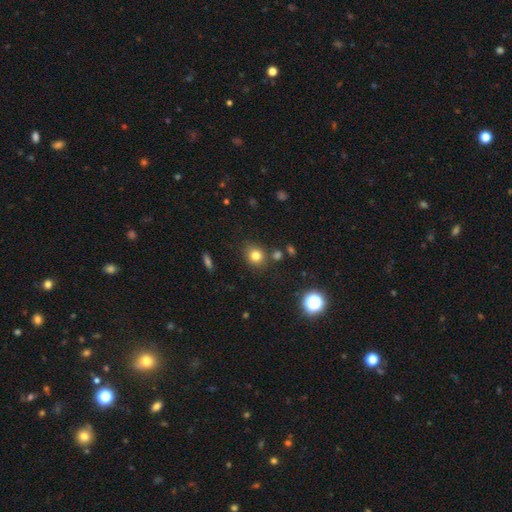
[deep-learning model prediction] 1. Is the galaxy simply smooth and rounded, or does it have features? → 78% smooth, 14% star or artifact, 7% featured or disk.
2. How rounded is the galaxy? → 77% round, 22% in between, 1% cigar-shaped.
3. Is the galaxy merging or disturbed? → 81% none, 11% minor disturbance, 5% merger, 3% major disturbance.